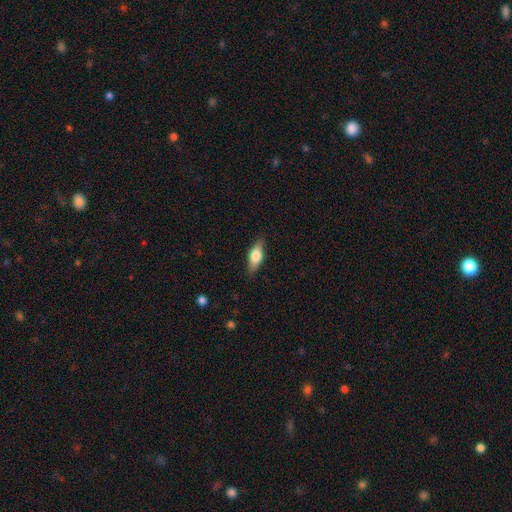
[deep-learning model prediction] smooth-or-featured: smooth: 62% | featured or disk: 32% | star or artifact: 7%
  how-rounded: in between: 69% | cigar-shaped: 27% | round: 4%
  merging: none: 84% | minor disturbance: 12% | major disturbance: 3% | merger: 1%